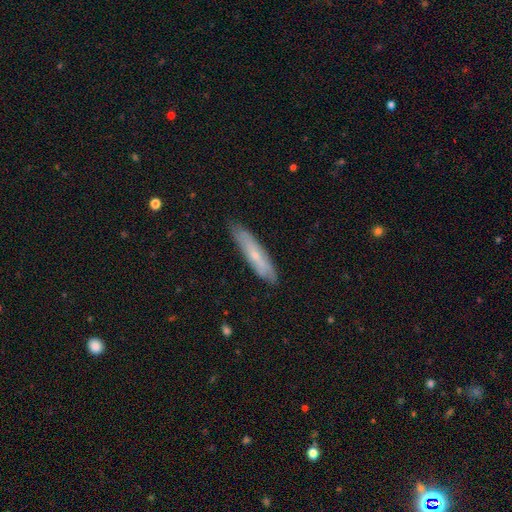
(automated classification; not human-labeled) Q: Smooth or featured?
A: smooth (49%); runner-up: featured or disk (44%)
Q: Merging?
A: none (82%); runner-up: minor disturbance (14%)